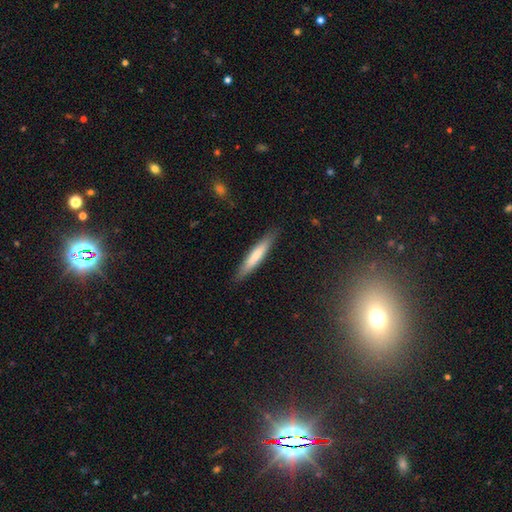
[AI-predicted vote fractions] Q: Smooth or featured?
A: smooth (68%); runner-up: featured or disk (26%)
Q: How rounded?
A: cigar-shaped (91%); runner-up: in between (8%)
Q: Merging?
A: none (88%); runner-up: minor disturbance (9%)